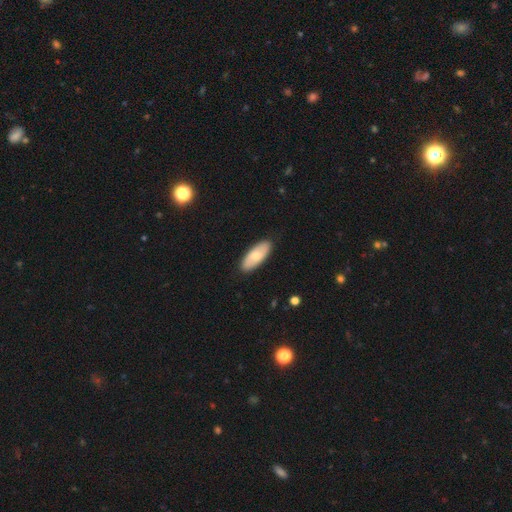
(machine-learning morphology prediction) A smooth galaxy with no disk features (68%) that is in between round and cigar-shaped (81%). Merging: none (89%).